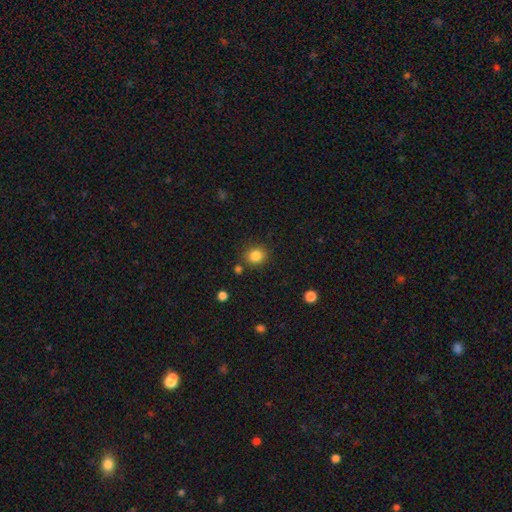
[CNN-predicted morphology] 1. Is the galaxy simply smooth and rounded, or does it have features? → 84% smooth, 11% star or artifact, 5% featured or disk.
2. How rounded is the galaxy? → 79% round, 20% in between, 1% cigar-shaped.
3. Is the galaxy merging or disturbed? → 84% none, 9% minor disturbance, 5% merger, 3% major disturbance.